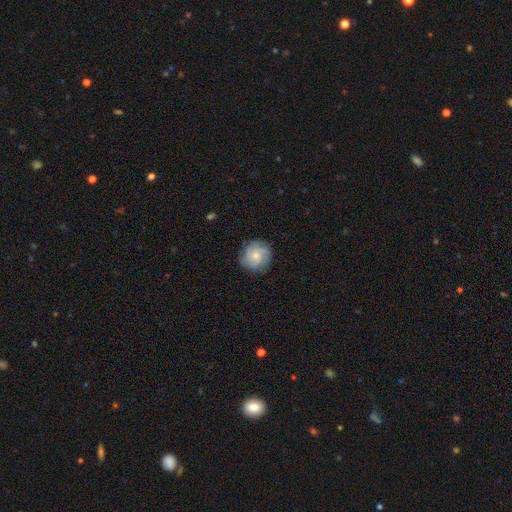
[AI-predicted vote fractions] smooth-or-featured: featured or disk: 57% | smooth: 34% | star or artifact: 8%
  disk-edge-on: no: 98% | yes: 2%
    bar: no: 79% | weak: 19% | strong: 2%
    has-spiral-arms: yes: 91% | no: 9%
      spiral-winding: tight: 57% | medium: 33% | loose: 10%
      spiral-arm-count: 3: 30% | can't tell: 29% | 4: 15% | 2: 14% | more than 4: 6% | 1: 6%
    bulge-size: small: 58% | moderate: 37% | none: 2% | large: 2% | dominant: 1%
  merging: none: 82% | minor disturbance: 13% | major disturbance: 4% | merger: 1%